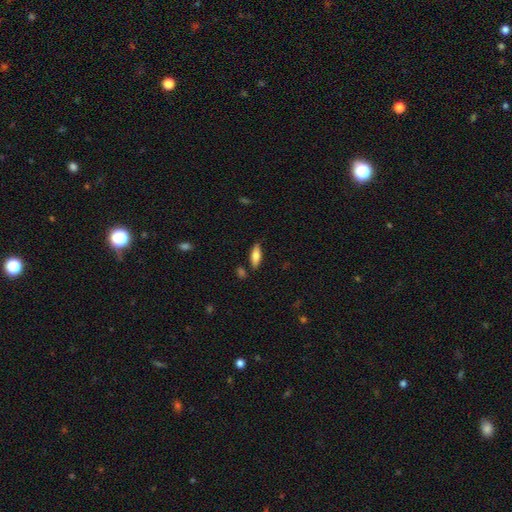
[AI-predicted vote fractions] A smooth galaxy with no disk features (76%) that is in between round and cigar-shaped (66%). Merging: none (83%).